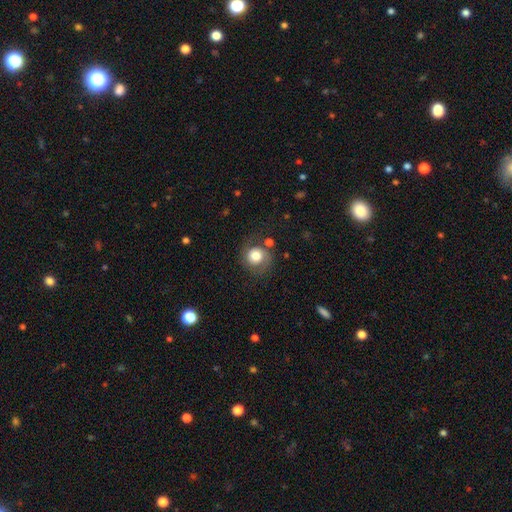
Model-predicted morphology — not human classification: A smooth galaxy with no disk features (68%) that is round (84%). Merging: none (62%).